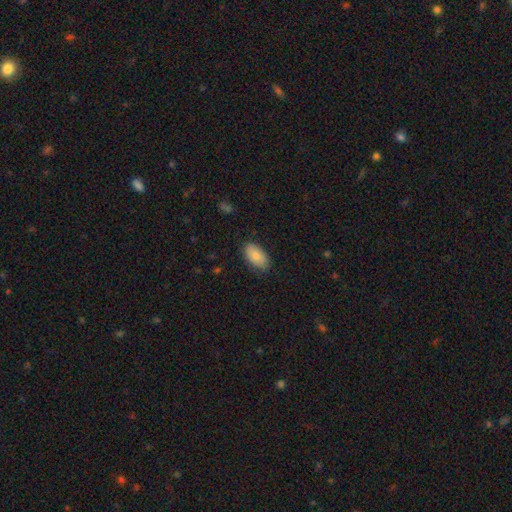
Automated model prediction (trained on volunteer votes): Smooth or featured? Predicted: smooth (p=0.84). How rounded? Predicted: in between (p=0.94). Merging? Predicted: none (p=0.82).